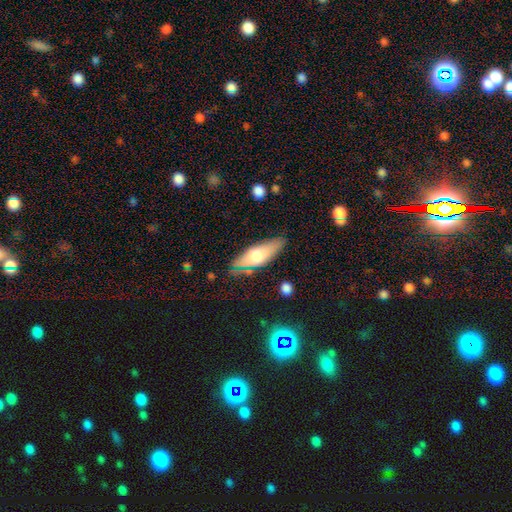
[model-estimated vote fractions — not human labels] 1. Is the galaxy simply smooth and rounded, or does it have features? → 50% smooth, 40% featured or disk, 10% star or artifact.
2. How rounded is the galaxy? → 56% in between, 41% cigar-shaped, 3% round.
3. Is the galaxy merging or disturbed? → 79% none, 16% minor disturbance, 3% major disturbance, 2% merger.